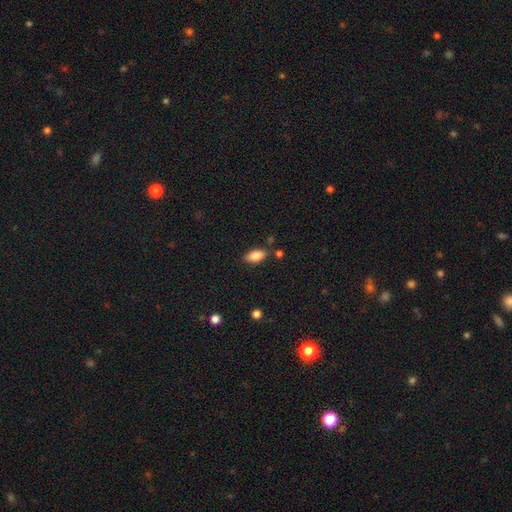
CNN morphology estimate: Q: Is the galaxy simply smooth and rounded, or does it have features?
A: smooth — 85%.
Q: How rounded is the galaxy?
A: in between — 90%.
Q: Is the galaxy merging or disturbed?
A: none — 80%.